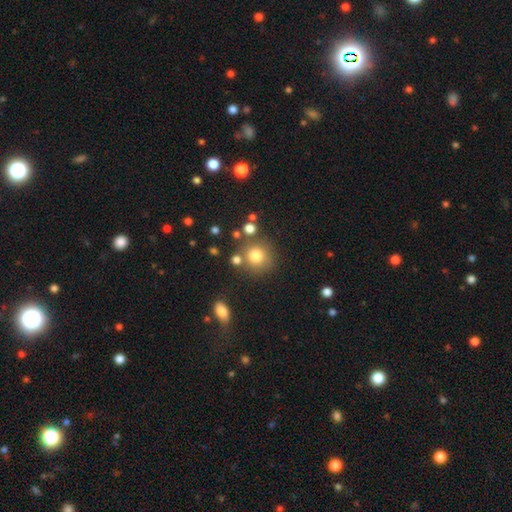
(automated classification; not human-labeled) Smooth or featured: smooth — 78% (star or artifact — 13%)
How rounded: round — 90% (in between — 9%)
Merging: none — 73% (minor disturbance — 12%)